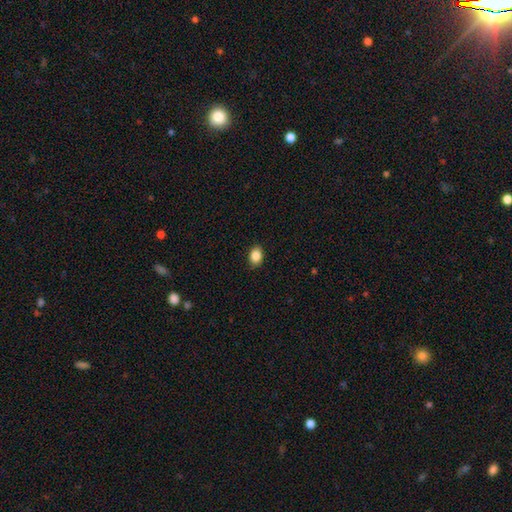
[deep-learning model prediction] A smooth galaxy with no disk features (87%) that is in between round and cigar-shaped (72%). Merging: none (88%).